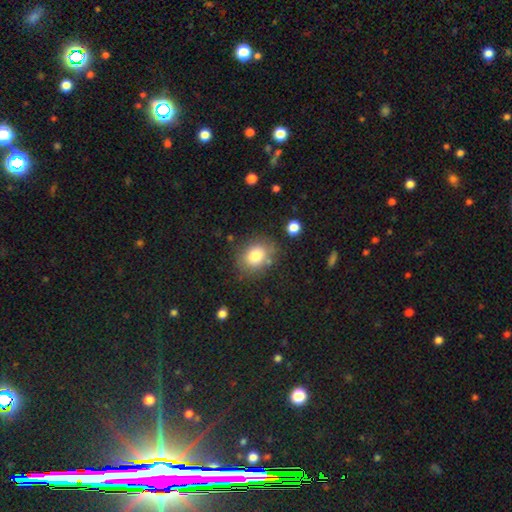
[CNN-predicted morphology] smooth 80%, star or artifact 10%, featured or disk 10%. Down the decision tree: how rounded — in between (50%); merging — none (77%).